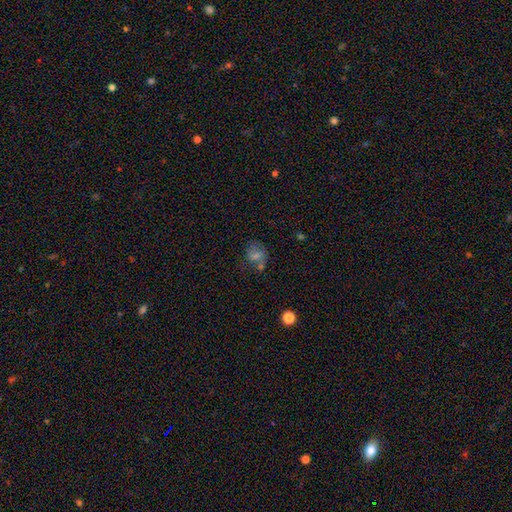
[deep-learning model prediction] Smooth or featured? Predicted: smooth (p=0.50). Merging? Predicted: none (p=0.59).